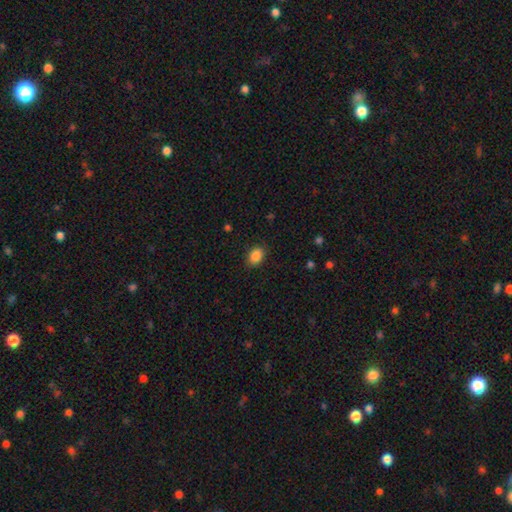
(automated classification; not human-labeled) Smooth or featured? smooth (88%)
How rounded? in between (75%)
Merging? none (87%)